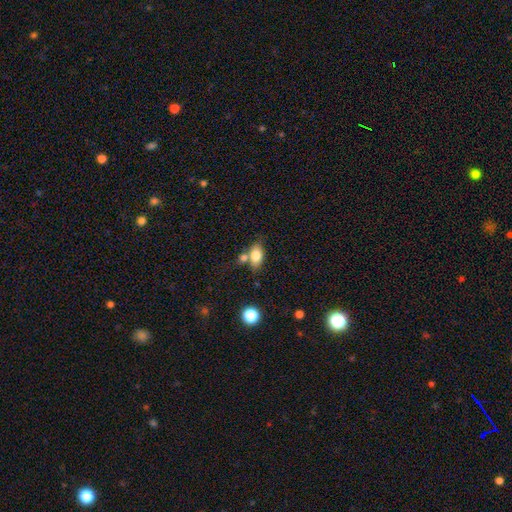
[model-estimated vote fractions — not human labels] Smooth or featured? Predicted: smooth (p=0.80). How rounded? Predicted: in between (p=0.85). Merging? Predicted: none (p=0.57).